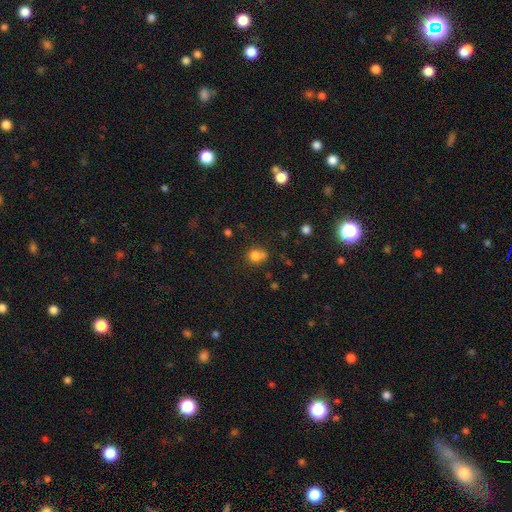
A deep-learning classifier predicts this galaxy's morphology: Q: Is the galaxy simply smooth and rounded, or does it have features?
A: smooth — 78%.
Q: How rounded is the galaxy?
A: round — 72%.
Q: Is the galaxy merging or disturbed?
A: none — 47%.